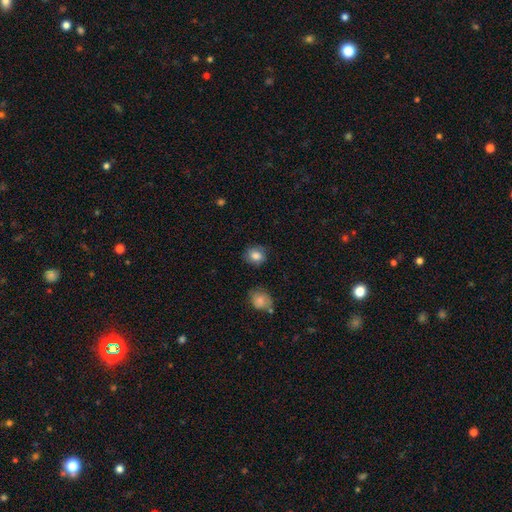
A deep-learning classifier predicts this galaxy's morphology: Smooth or featured: smooth — 81% (featured or disk — 10%)
How rounded: round — 63% (in between — 36%)
Merging: none — 77% (minor disturbance — 16%)